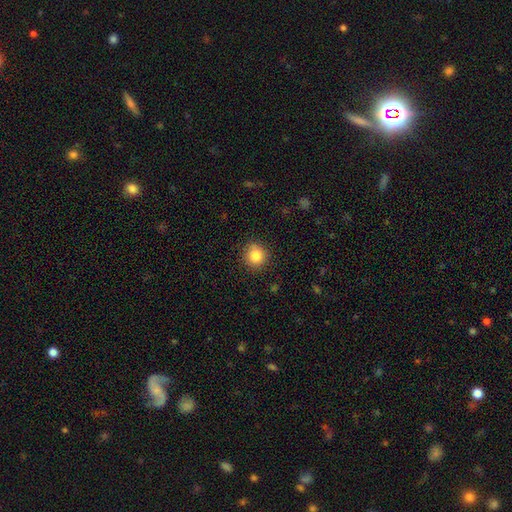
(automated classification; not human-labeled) The model was most divided on "smooth or featured": smooth: 84%, star or artifact: 11%, featured or disk: 5%. More confident: how rounded — round (91%); merging — none (86%).